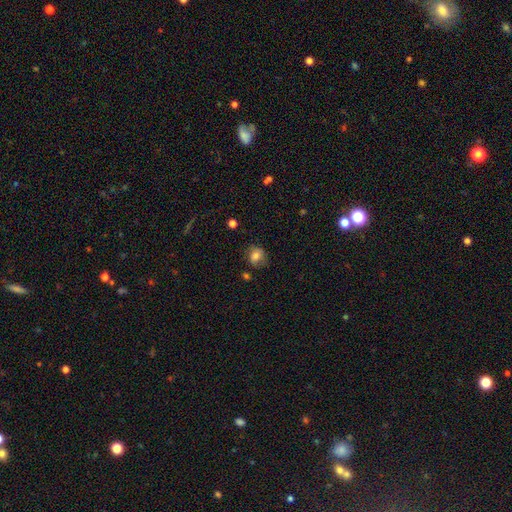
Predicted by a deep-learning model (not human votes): smooth 75%, featured or disk 15%, star or artifact 10%. Down the decision tree: how rounded — round (70%); merging — none (70%).